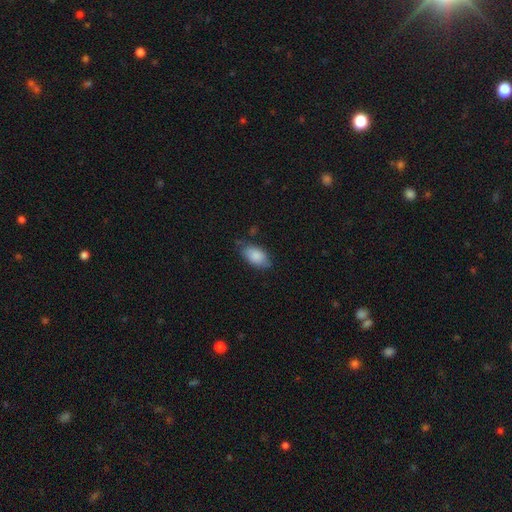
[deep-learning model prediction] smooth-or-featured: smooth: 86% | featured or disk: 8% | star or artifact: 6%
  how-rounded: in between: 93% | round: 4% | cigar-shaped: 3%
  merging: none: 69% | minor disturbance: 24% | major disturbance: 5% | merger: 2%